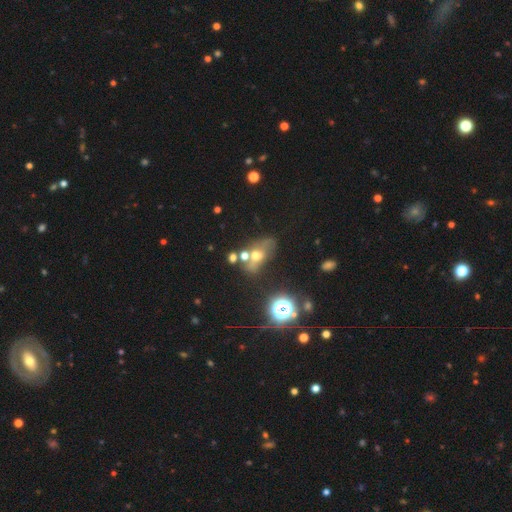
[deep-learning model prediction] Morphology: type=smooth (46%); merging=none (43%).